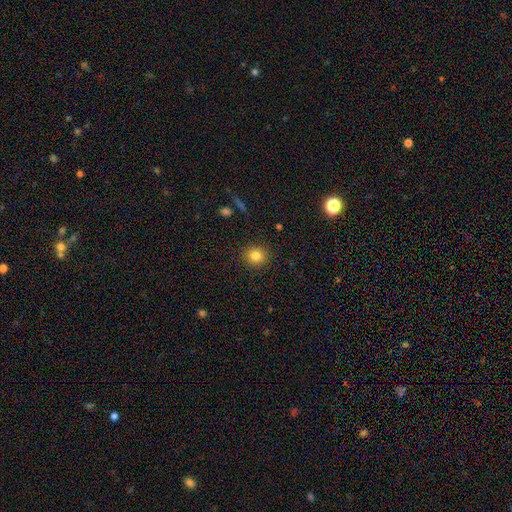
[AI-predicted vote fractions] smooth 81%, star or artifact 12%, featured or disk 7%. Down the decision tree: how rounded — round (90%); merging — none (90%).